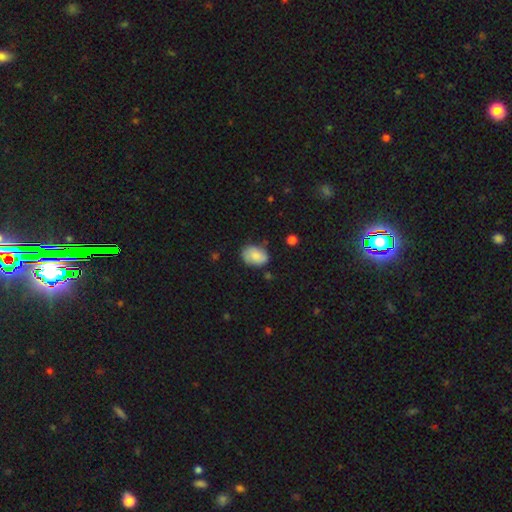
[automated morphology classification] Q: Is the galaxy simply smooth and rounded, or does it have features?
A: smooth — 76%.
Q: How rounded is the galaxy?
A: in between — 78%.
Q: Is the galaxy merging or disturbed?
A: none — 69%.